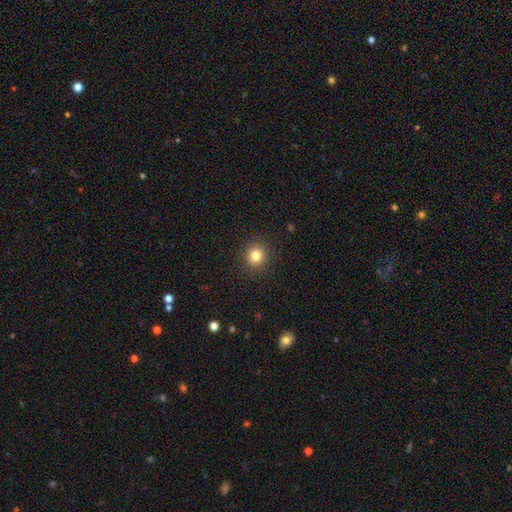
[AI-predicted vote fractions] smooth 82%, star or artifact 12%, featured or disk 6%. Down the decision tree: how rounded — round (92%); merging — none (92%).